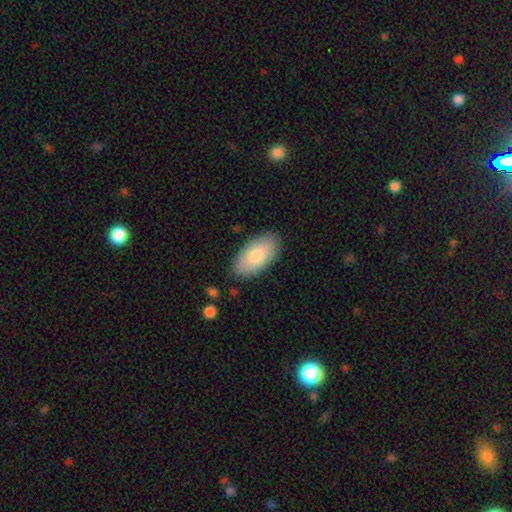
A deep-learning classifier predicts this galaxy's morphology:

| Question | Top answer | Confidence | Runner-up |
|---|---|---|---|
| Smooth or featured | smooth | 80% | featured or disk (14%) |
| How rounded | in between | 95% | cigar-shaped (3%) |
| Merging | none | 85% | minor disturbance (11%) |